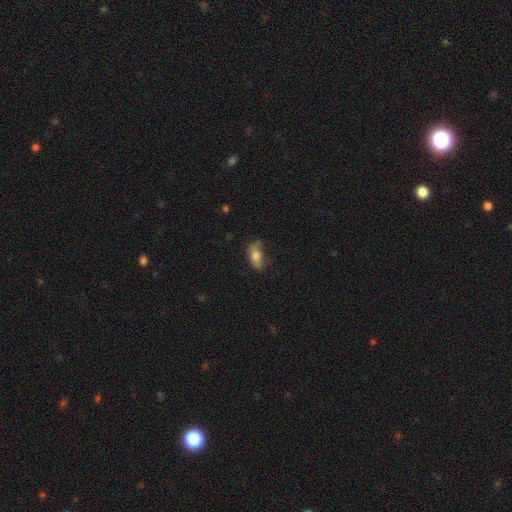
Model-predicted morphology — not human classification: Smooth or featured?
  - smooth: 70% *
  - featured or disk: 22%
  - star or artifact: 8%
How rounded?
  - in between: 83% *
  - cigar-shaped: 12%
  - round: 5%
Merging?
  - none: 57% *
  - minor disturbance: 31%
  - major disturbance: 10%
  - merger: 2%